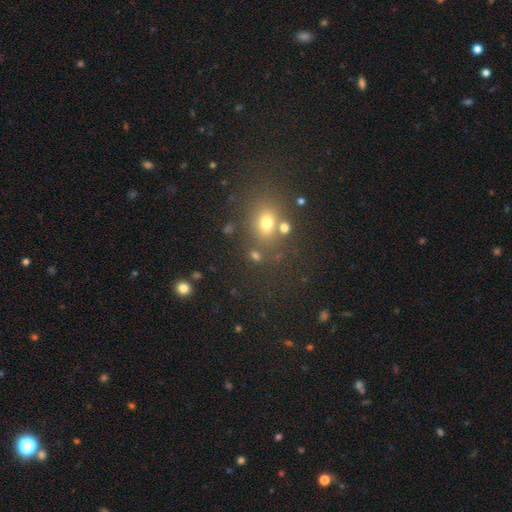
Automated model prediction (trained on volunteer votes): Smooth or featured? Predicted: smooth (p=0.65). How rounded? Predicted: round (p=0.56). Merging? Predicted: none (p=0.68).